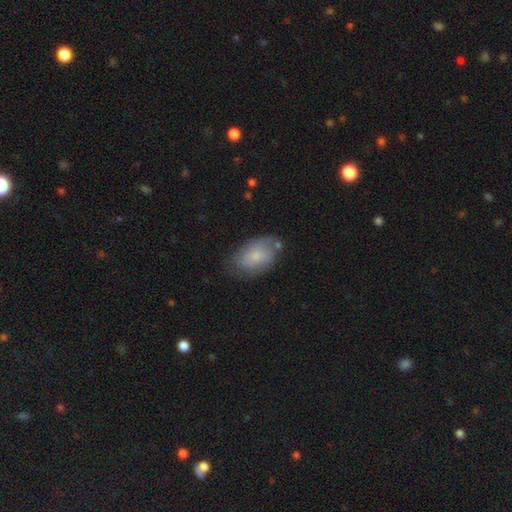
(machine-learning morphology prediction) type=smooth (67%); roundness=in between (90%); merging=none (62%).